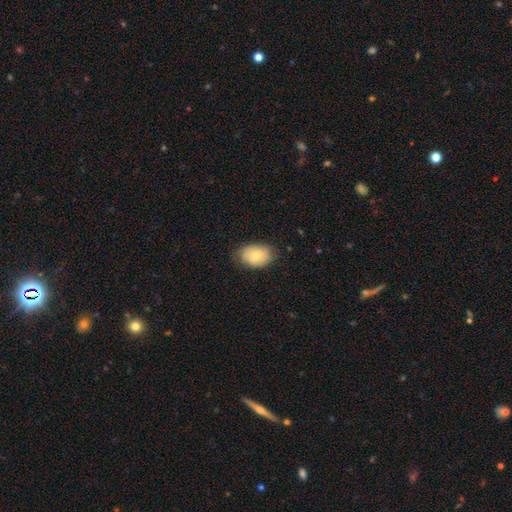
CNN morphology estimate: smooth 76%, featured or disk 18%, star or artifact 7%. Down the decision tree: how rounded — in between (81%); merging — none (76%).